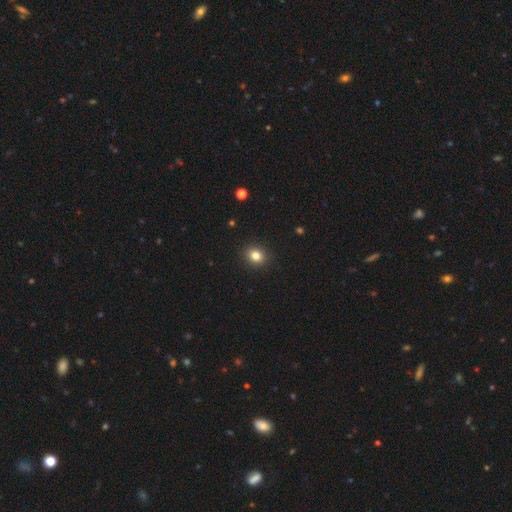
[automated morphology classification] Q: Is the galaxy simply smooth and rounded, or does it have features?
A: smooth — 83%.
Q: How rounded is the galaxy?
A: round — 68%.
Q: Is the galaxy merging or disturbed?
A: none — 91%.